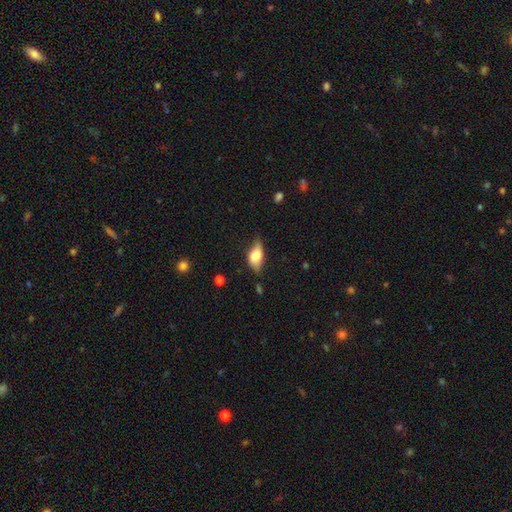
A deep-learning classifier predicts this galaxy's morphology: A smooth galaxy with no disk features (65%) that is in between round and cigar-shaped (84%). Merging: none (52%).